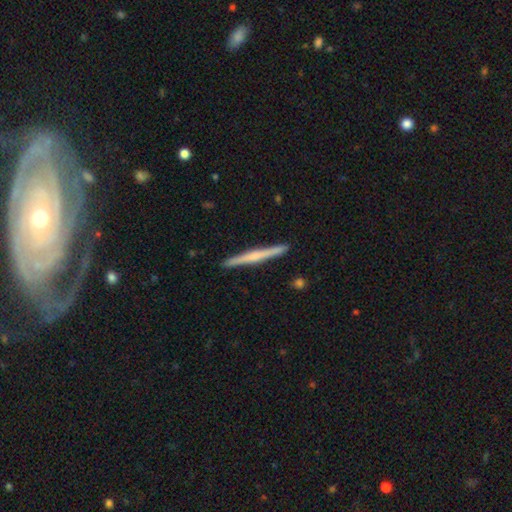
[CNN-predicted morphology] Smooth or featured: featured or disk — 60% (smooth — 35%)
Edge-on disk: yes — 98% (no — 2%)
Edge-on bulge: rounded — 48% (none — 39%)
Merging: none — 92% (minor disturbance — 5%)